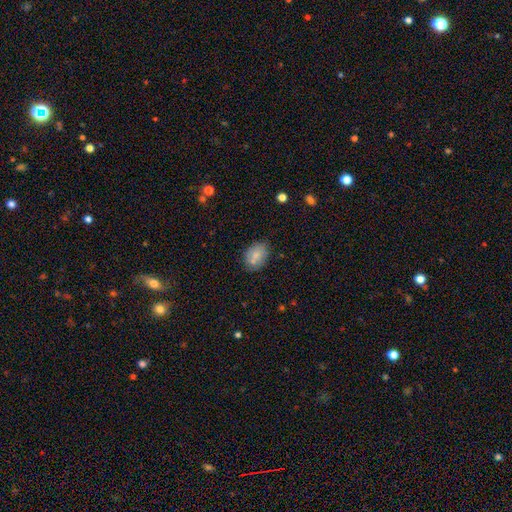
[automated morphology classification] This is likely a smooth galaxy (76%). How rounded: likely in between (77%). Merging: likely none (69%).